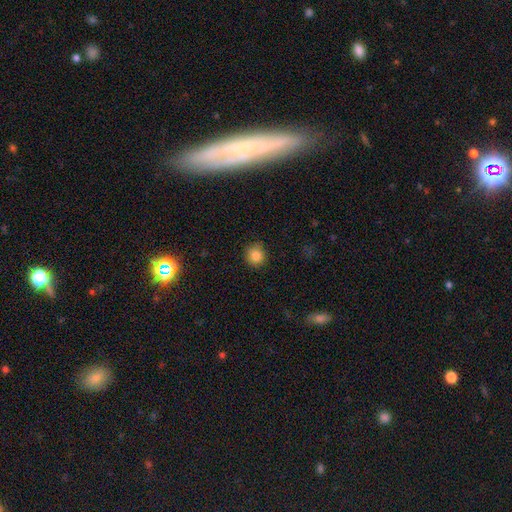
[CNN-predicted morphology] smooth-or-featured: smooth: 85% | star or artifact: 11% | featured or disk: 4%
  how-rounded: round: 91% | in between: 8% | cigar-shaped: 1%
  merging: none: 83% | minor disturbance: 13% | major disturbance: 3% | merger: 1%